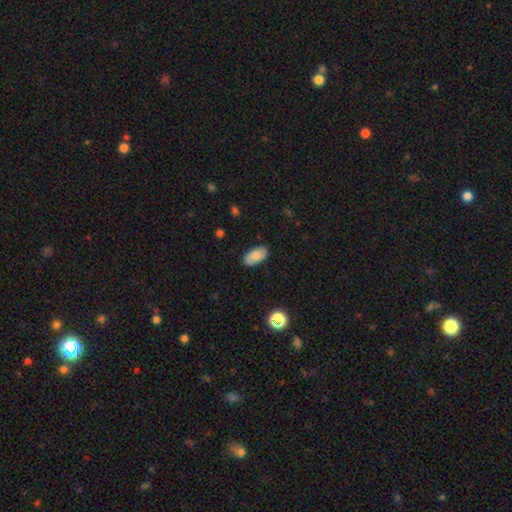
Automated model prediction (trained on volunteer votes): Smooth or featured? smooth (80%)
How rounded? in between (94%)
Merging? none (85%)